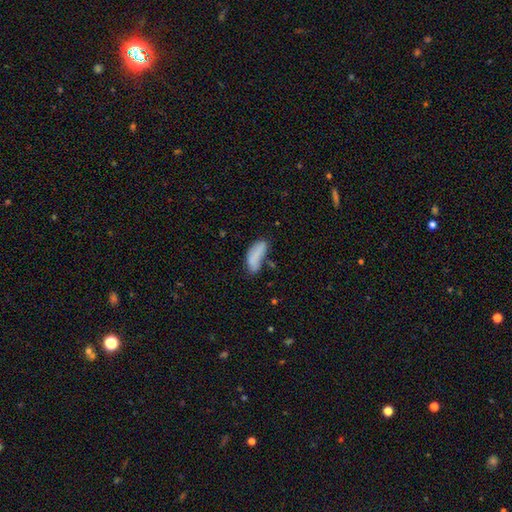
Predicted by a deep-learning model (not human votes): Smooth or featured? Predicted: smooth (p=0.78). How rounded? Predicted: in between (p=0.71). Merging? Predicted: none (p=0.44).